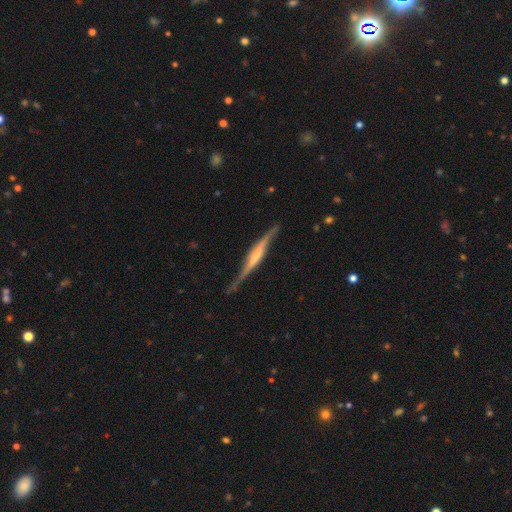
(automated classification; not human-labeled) Smooth or featured? Predicted: featured or disk (p=0.79). Edge-on disk? Predicted: yes (p=0.91). Edge-on bulge? Predicted: rounded (p=0.43). Merging? Predicted: none (p=0.70).